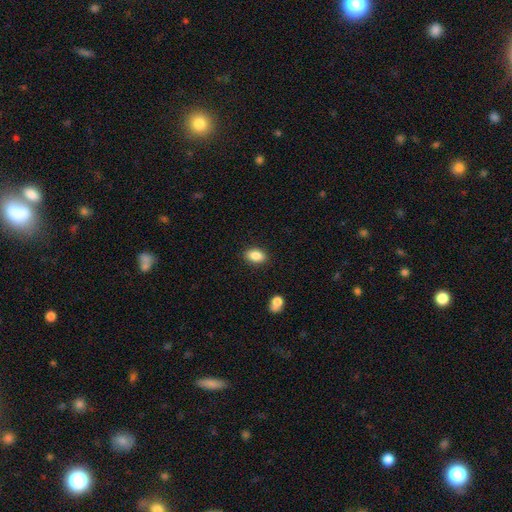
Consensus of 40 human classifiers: Overall: smooth (85%). How rounded: in between (88%). Merging: none (72%).